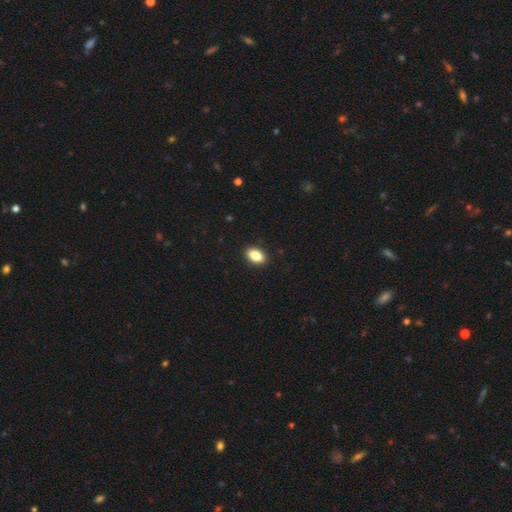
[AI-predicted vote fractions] A smooth galaxy with no disk features (85%) that is in between round and cigar-shaped (89%).

Vote fractions:
- Smooth or featured? smooth: 85% / star or artifact: 8% / featured or disk: 7%
- How rounded? in between: 89% / round: 8% / cigar-shaped: 2%
- Merging? none: 90% / minor disturbance: 7% / major disturbance: 2% / merger: 1%